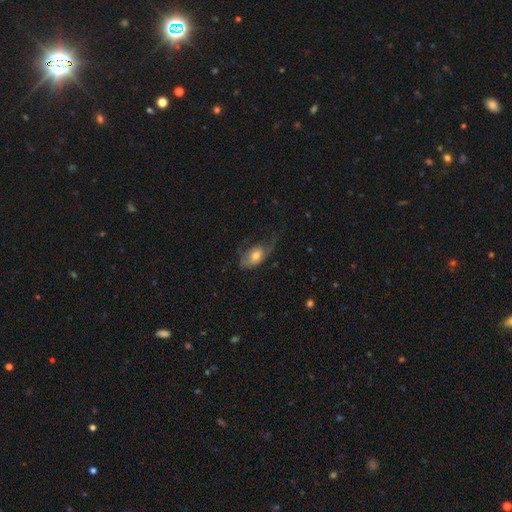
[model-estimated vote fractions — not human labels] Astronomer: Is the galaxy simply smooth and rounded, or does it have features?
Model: smooth — 54% (runner-up: featured or disk, 39%).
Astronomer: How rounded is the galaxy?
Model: in between — 86%.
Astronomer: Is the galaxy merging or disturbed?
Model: major disturbance — 39% (runner-up: none, 32%).